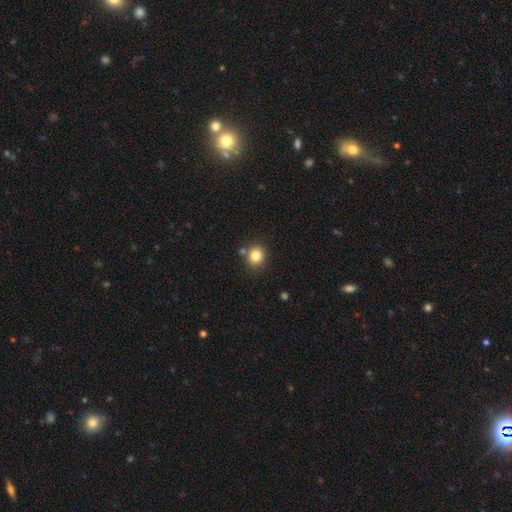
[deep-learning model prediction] The model was most divided on "how rounded": round: 80%, in between: 19%, cigar-shaped: 1%. More confident: smooth or featured — smooth (81%); merging — none (79%).